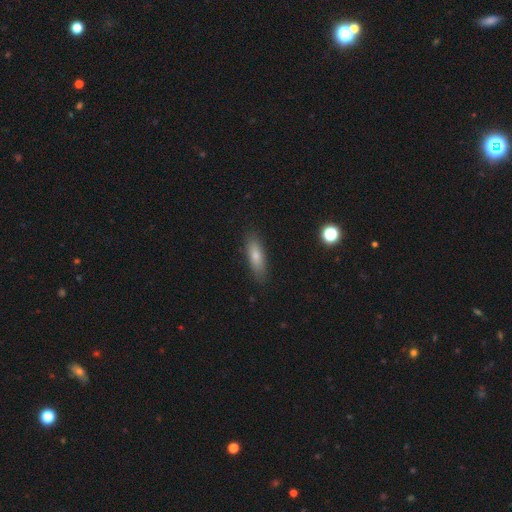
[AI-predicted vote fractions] This appears to be a smooth galaxy with no disk features (77%) that is in between round and cigar-shaped (53%). Merging: none (85%).